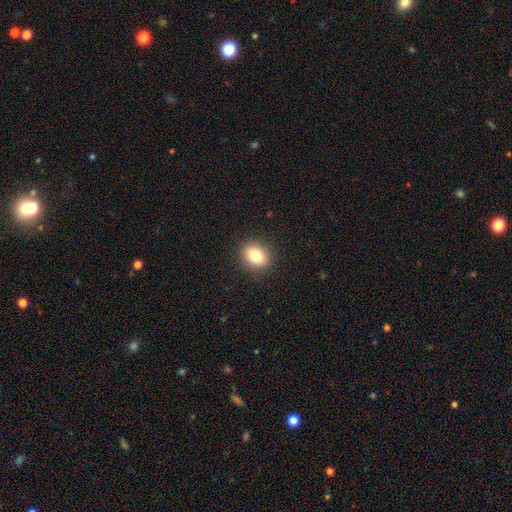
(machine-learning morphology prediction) Q: Smooth or featured?
A: smooth (81%); runner-up: star or artifact (10%)
Q: How rounded?
A: round (59%); runner-up: in between (40%)
Q: Merging?
A: none (90%); runner-up: minor disturbance (7%)